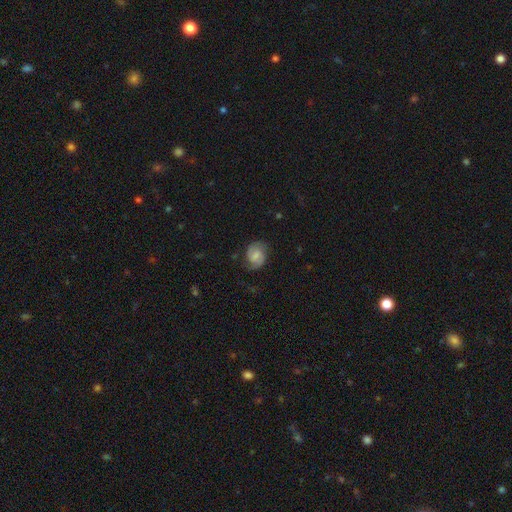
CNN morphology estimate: The model was most divided on "bulge size": small: 40%, moderate: 34%, none: 20%, large: 5%, dominant: 1%. More confident: edge-on disk — no (98%); spiral arms — yes (94%); spiral arm count — 2 (89%); merging — none (77%); smooth or featured — featured or disk (66%); bar — weak (52%); spiral winding — medium (50%).